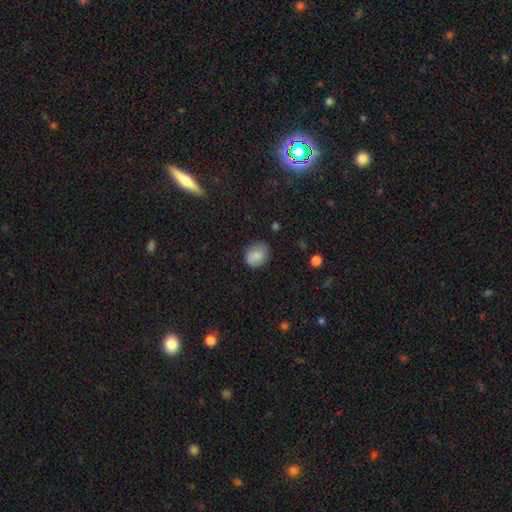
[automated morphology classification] smooth 80%, featured or disk 12%, star or artifact 8%. Down the decision tree: how rounded — round (51%); merging — none (78%).